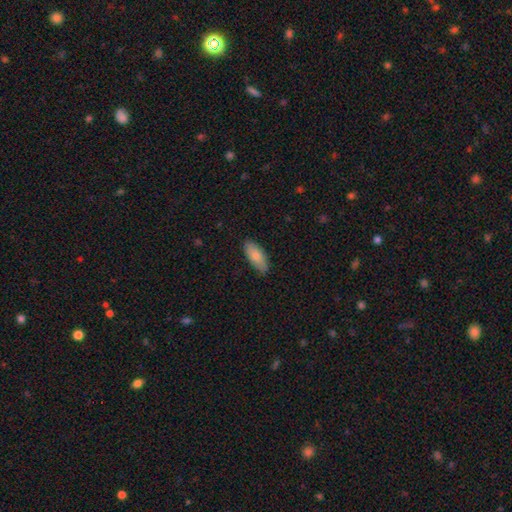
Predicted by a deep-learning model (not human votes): Smooth or featured: smooth — 81% (featured or disk — 13%)
How rounded: in between — 83% (cigar-shaped — 15%)
Merging: none — 84% (minor disturbance — 13%)